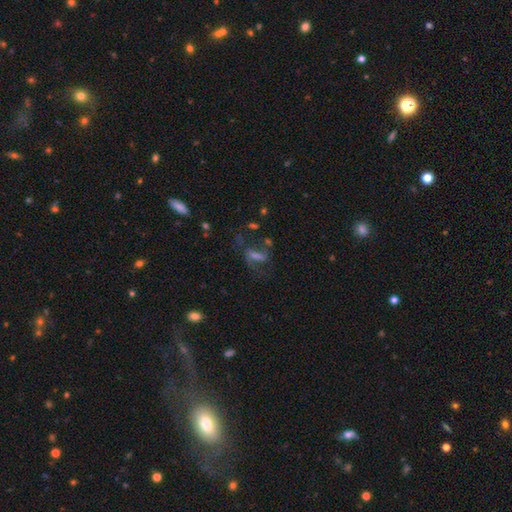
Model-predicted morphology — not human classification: A featured or disk galaxy (48%).

Vote fractions:
- Smooth or featured? featured or disk: 48% / star or artifact: 26% / smooth: 26%
- Merging? none: 53% / major disturbance: 25% / minor disturbance: 17% / merger: 5%